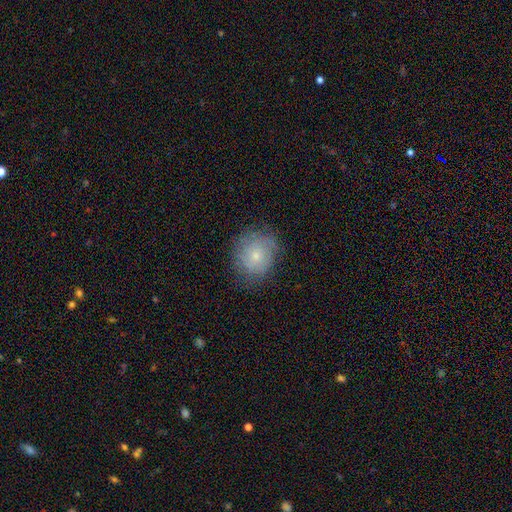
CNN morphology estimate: smooth-or-featured: smooth: 51% | featured or disk: 40% | star or artifact: 9%
  how-rounded: round: 79% | in between: 20% | cigar-shaped: 1%
  merging: none: 72% | minor disturbance: 19% | major disturbance: 7% | merger: 1%